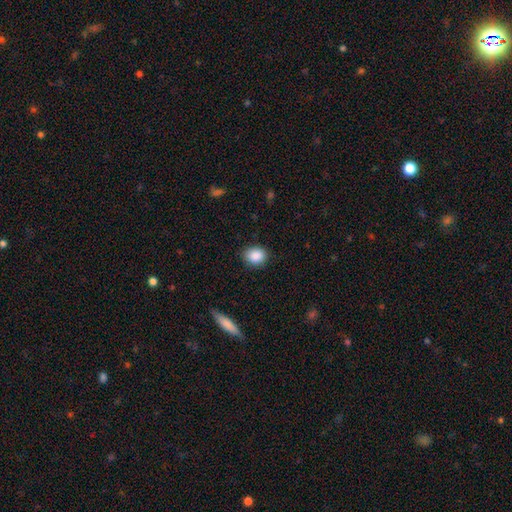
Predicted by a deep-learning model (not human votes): Smooth or featured: smooth — 88% (star or artifact — 8%)
How rounded: round — 59% (in between — 40%)
Merging: none — 85% (minor disturbance — 11%)